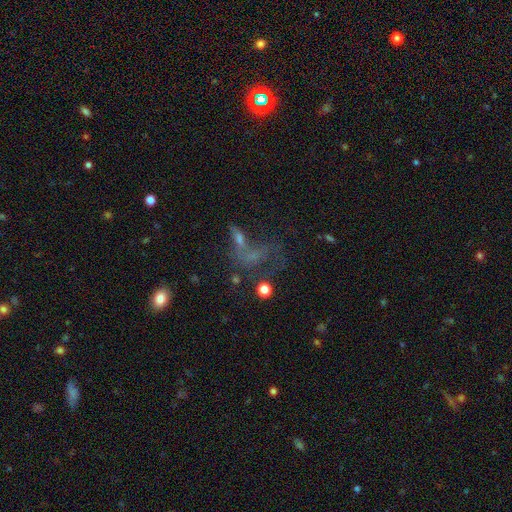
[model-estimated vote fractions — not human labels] smooth-or-featured: featured or disk: 35% | star or artifact: 33% | smooth: 32%
  merging: major disturbance: 31% | none: 30% | merger: 26% | minor disturbance: 13%